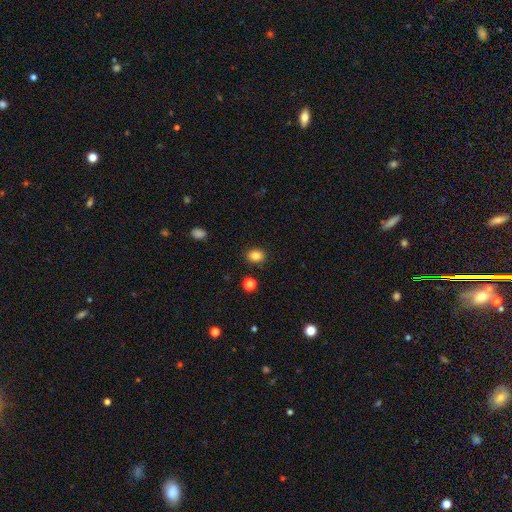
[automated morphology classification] smooth 84%, star or artifact 11%, featured or disk 5%. Down the decision tree: how rounded — round (52%); merging — none (88%).